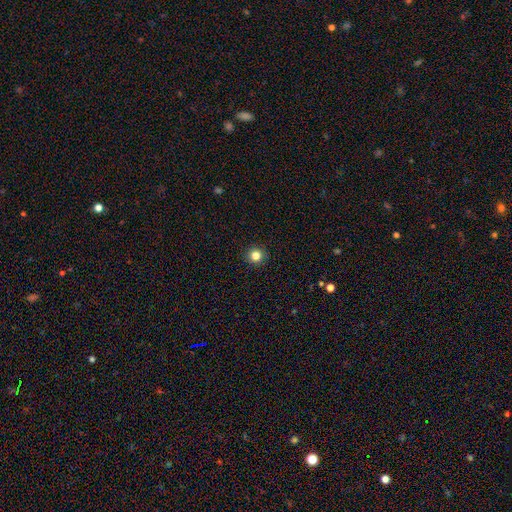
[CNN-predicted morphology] smooth_or_featured: smooth (p=0.83) [alt: star or artifact p=0.12]
how_rounded: round (p=0.94) [alt: in between p=0.05]
merging: none (p=0.93) [alt: minor disturbance p=0.04]